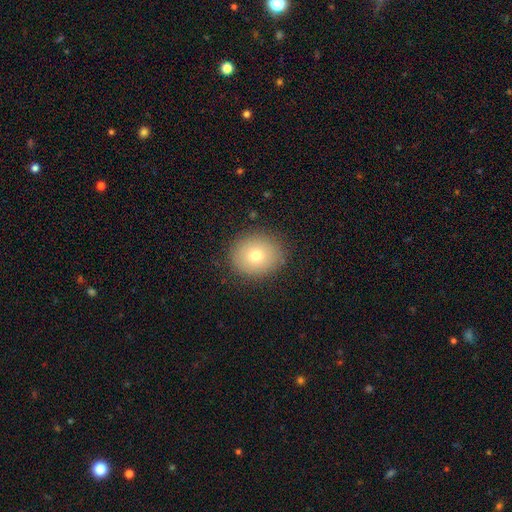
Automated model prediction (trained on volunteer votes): A smooth galaxy with no disk features (74%) that is round (74%). Merging: none (88%).